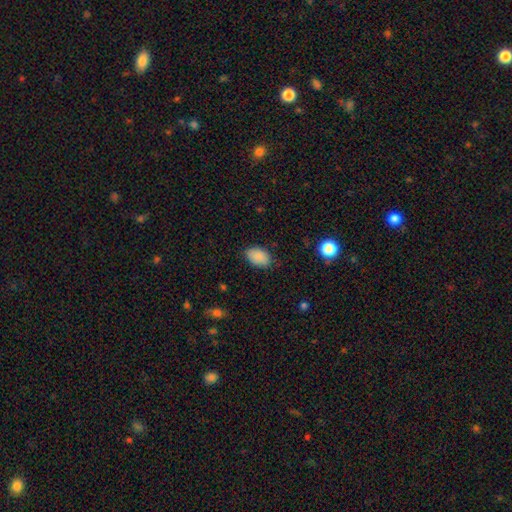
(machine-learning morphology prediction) The model was most divided on "merging": none: 82%, minor disturbance: 14%, major disturbance: 3%, merger: 1%. More confident: how rounded — in between (89%); smooth or featured — smooth (87%).